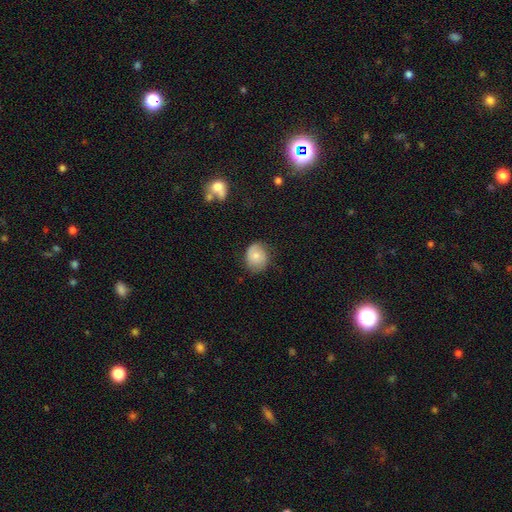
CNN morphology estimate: Smooth or featured: smooth — 67% (featured or disk — 25%)
How rounded: round — 61% (in between — 38%)
Merging: none — 67% (minor disturbance — 24%)